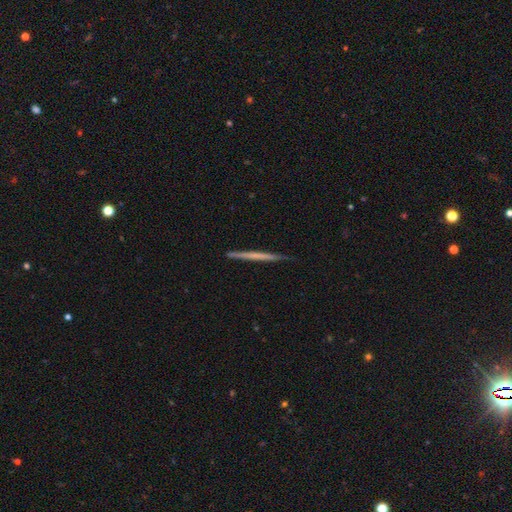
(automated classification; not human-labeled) A featured or disk galaxy (51%) viewed edge-on (98%). Merging: none (90%).